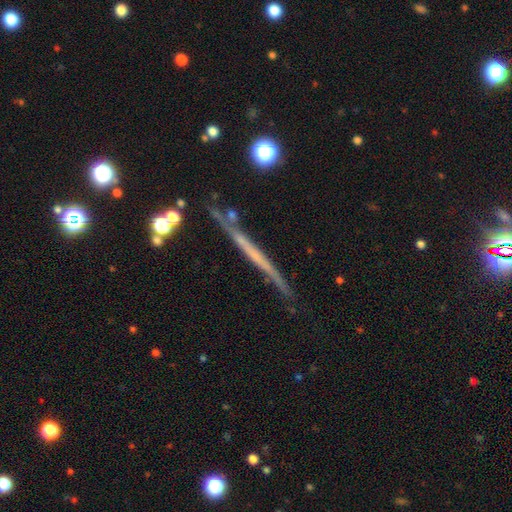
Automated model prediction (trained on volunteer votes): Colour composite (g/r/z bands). It shows a featured or disk galaxy (61%) viewed edge-on (95%) with no central bulge (89%). Merging: none (78%).